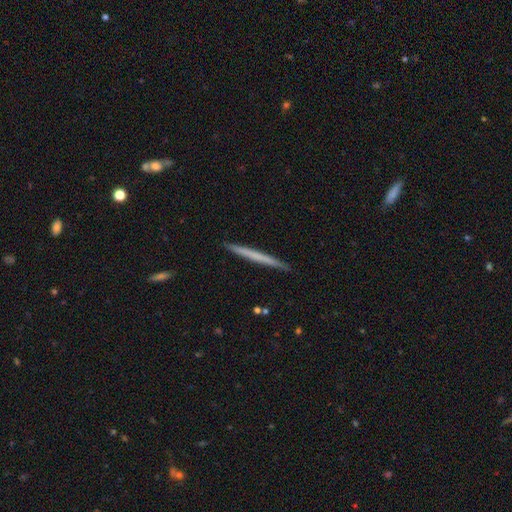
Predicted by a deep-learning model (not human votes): This is possibly a smooth galaxy (52%). How rounded: clearly cigar-shaped (97%). Merging: clearly none (92%).